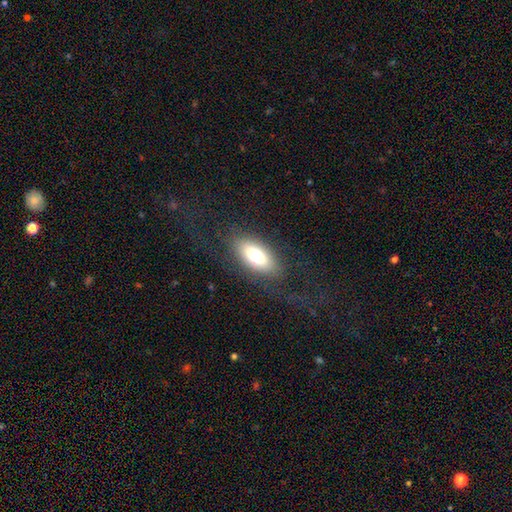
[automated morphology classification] Smooth or featured?
  - smooth: 73% *
  - featured or disk: 20%
  - star or artifact: 8%
How rounded?
  - in between: 86% *
  - cigar-shaped: 11%
  - round: 3%
Merging?
  - none: 76% *
  - minor disturbance: 13%
  - major disturbance: 9%
  - merger: 1%